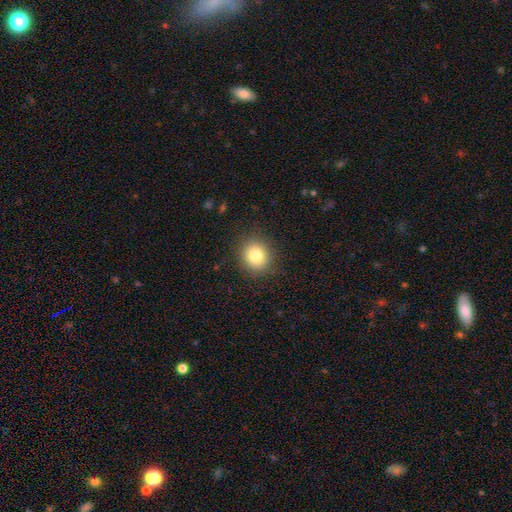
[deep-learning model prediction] A smooth galaxy with no disk features (82%) that is round (79%).

Vote fractions:
- Smooth or featured? smooth: 82% / star or artifact: 11% / featured or disk: 8%
- How rounded? round: 79% / in between: 20% / cigar-shaped: 1%
- Merging? none: 88% / minor disturbance: 8% / major disturbance: 3% / merger: 1%